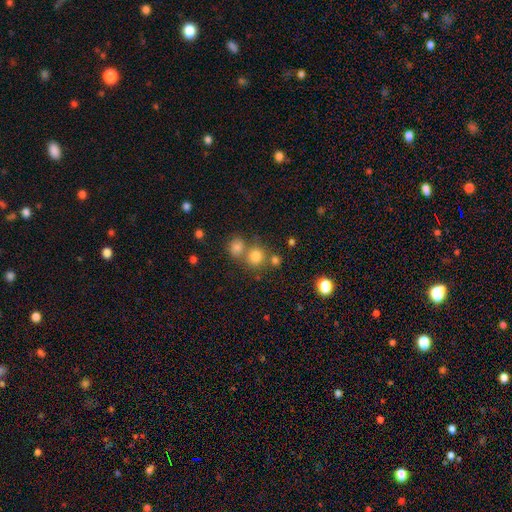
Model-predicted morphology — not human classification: smooth-or-featured: smooth: 78% | star or artifact: 15% | featured or disk: 8%
  how-rounded: round: 86% | in between: 13% | cigar-shaped: 1%
  merging: none: 57% | merger: 31% | minor disturbance: 8% | major disturbance: 4%